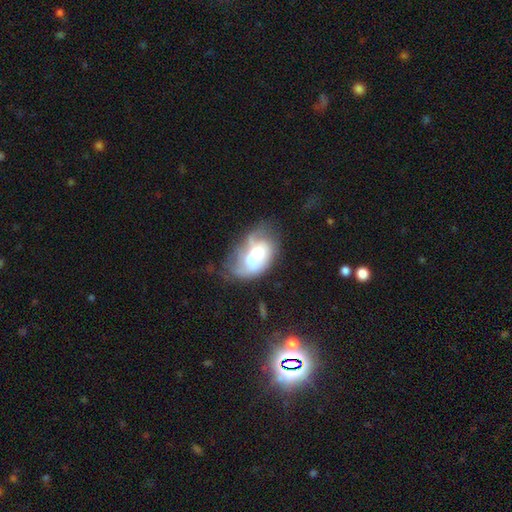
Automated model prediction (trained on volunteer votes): smooth_or_featured: featured or disk (p=0.49) [alt: smooth p=0.41]
merging: major disturbance (p=0.30) [alt: none p=0.25]